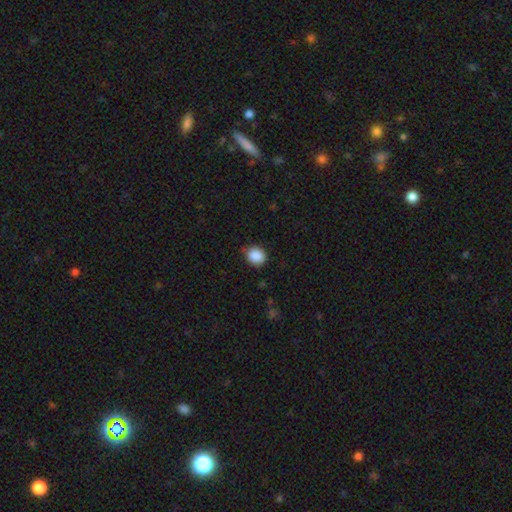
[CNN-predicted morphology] Smooth or featured? Predicted: smooth (p=0.88). How rounded? Predicted: round (p=0.72). Merging? Predicted: none (p=0.76).